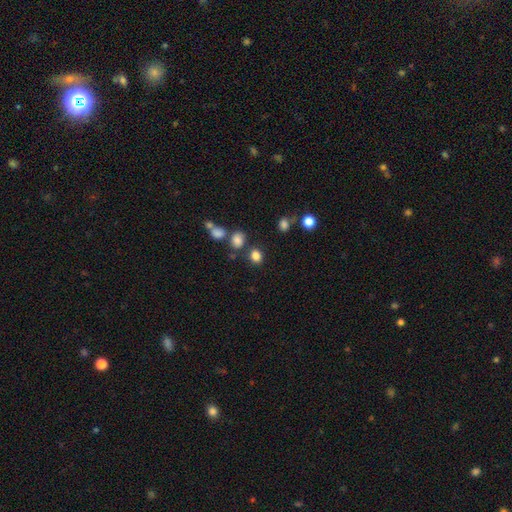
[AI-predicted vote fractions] Morphology: type=smooth (82%); roundness=round (63%); merging=none (77%).